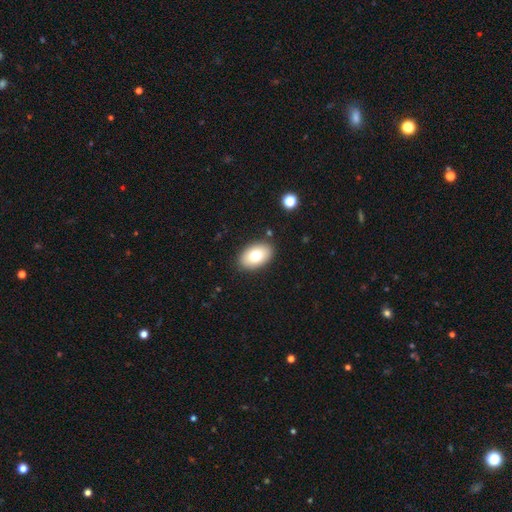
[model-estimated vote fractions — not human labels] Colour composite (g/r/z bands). It shows a smooth galaxy with no disk features (75%) that is in between round and cigar-shaped (91%). Merging: none (88%).